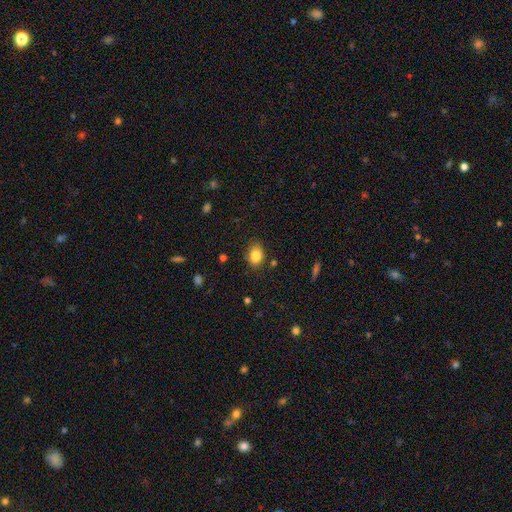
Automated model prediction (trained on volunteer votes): Morphology: type=smooth (85%); roundness=in between (69%); merging=none (81%).